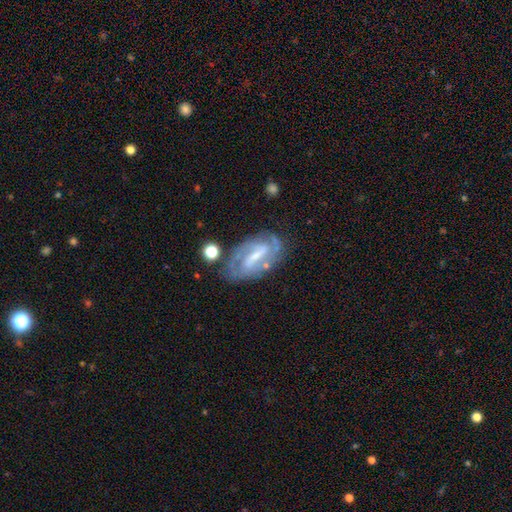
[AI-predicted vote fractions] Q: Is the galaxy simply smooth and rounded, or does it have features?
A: featured or disk — 83%.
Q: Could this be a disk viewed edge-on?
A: no — 95%.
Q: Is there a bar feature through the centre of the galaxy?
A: strong — 58%.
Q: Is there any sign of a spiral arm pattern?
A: yes — 91%.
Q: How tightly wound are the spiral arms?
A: tight — 47%.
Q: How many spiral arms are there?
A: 2 — 72%.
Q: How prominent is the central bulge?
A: small — 48%.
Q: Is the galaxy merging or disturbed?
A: none — 71%.